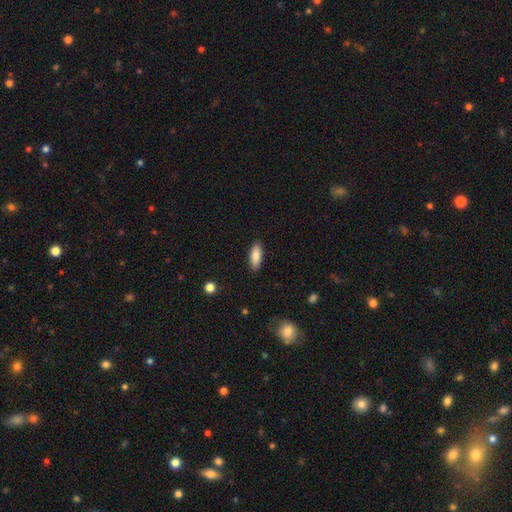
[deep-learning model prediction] smooth_or_featured: smooth (p=0.85) [alt: featured or disk p=0.08]
how_rounded: in between (p=0.72) [alt: cigar-shaped p=0.26]
merging: none (p=0.88) [alt: minor disturbance p=0.09]